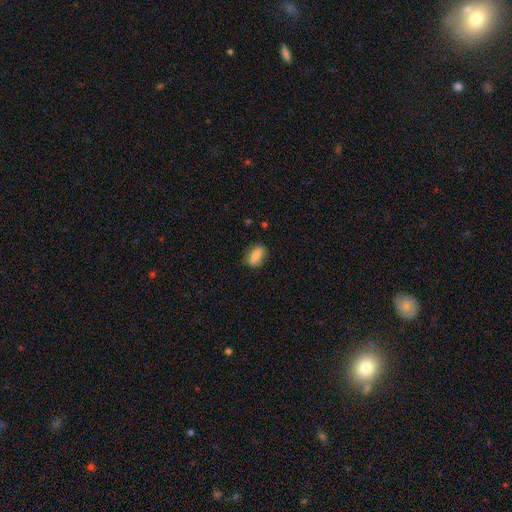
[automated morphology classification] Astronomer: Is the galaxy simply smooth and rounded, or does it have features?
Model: smooth — 78%.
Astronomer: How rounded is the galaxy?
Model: in between — 79%.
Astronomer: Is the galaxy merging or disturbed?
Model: none — 76%.